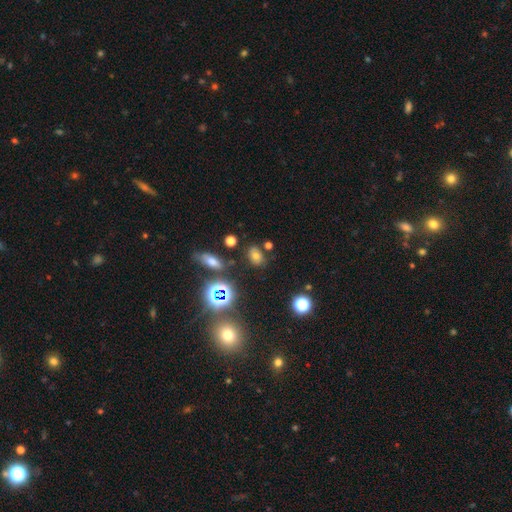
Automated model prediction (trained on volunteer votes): smooth 57%, star or artifact 31%, featured or disk 12%. Down the decision tree: how rounded — in between (72%); merging — none (75%).